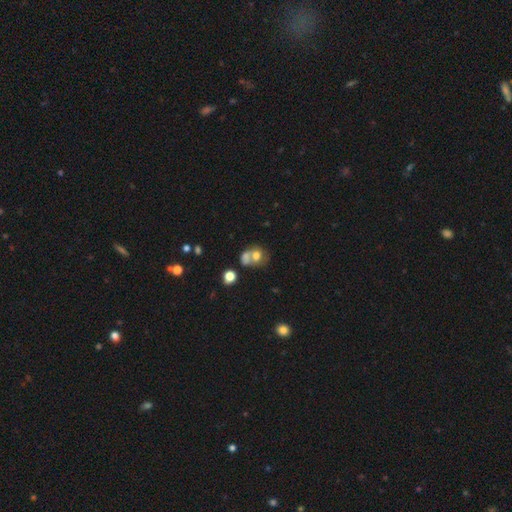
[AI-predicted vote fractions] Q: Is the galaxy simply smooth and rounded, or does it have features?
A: smooth — 64%.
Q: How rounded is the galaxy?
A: round — 59%.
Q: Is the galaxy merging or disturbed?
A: merger — 56%.